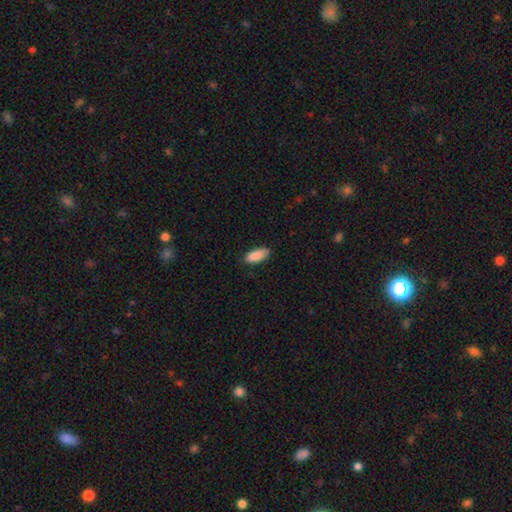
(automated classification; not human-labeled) This is clearly a smooth galaxy (90%). How rounded: clearly in between (85%). Merging: clearly none (80%).